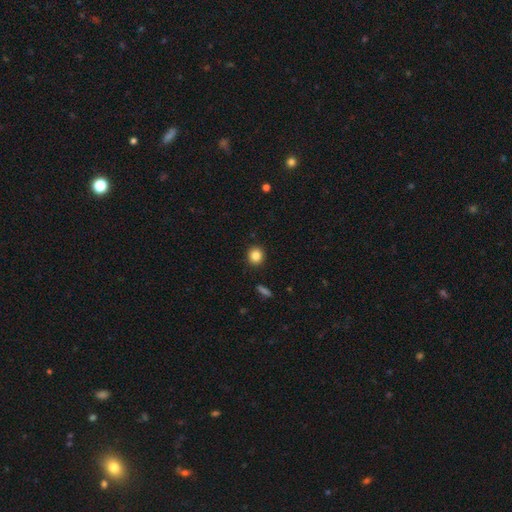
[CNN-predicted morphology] type=smooth (84%); roundness=round (87%); merging=none (92%).